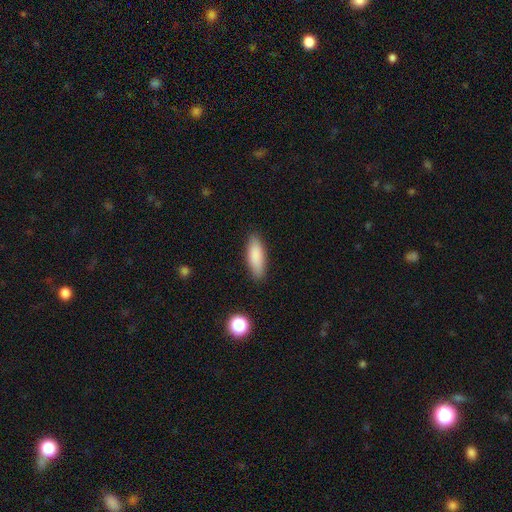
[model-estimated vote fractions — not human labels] smooth 87%, featured or disk 7%, star or artifact 6%. Down the decision tree: how rounded — in between (64%); merging — none (86%).